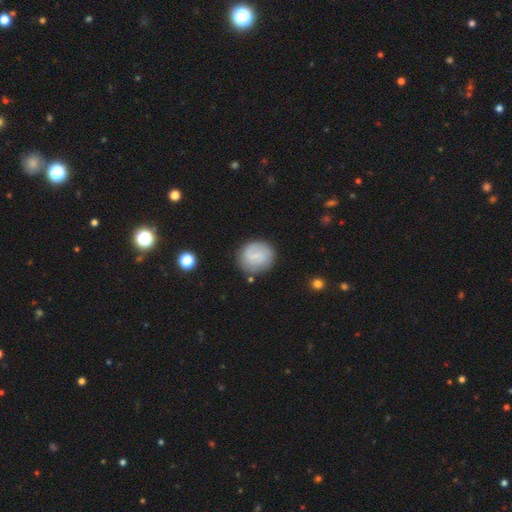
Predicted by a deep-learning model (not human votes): A smooth galaxy with no disk features (51%) that is round (78%).

Vote fractions:
- Smooth or featured? smooth: 51% / featured or disk: 42% / star or artifact: 7%
- How rounded? round: 78% / in between: 21% / cigar-shaped: 1%
- Merging? none: 79% / minor disturbance: 14% / major disturbance: 5% / merger: 2%